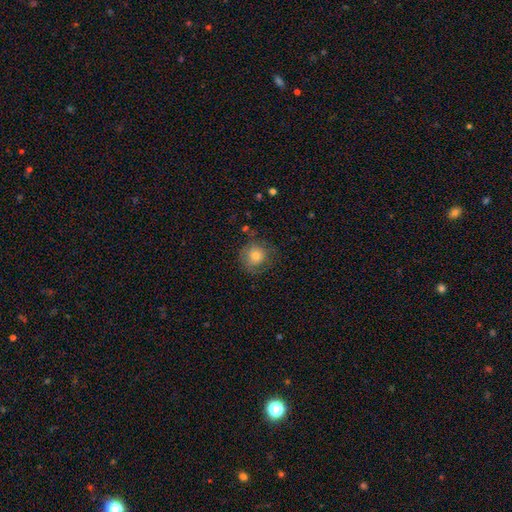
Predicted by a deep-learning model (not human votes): Morphology: type=smooth (73%); roundness=round (89%); merging=none (70%).